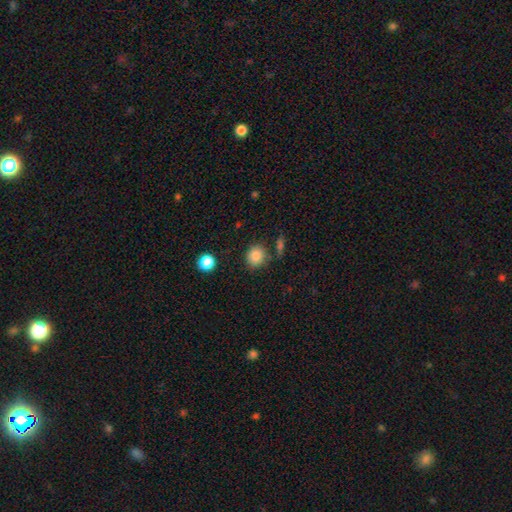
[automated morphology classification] Smooth or featured?
  - smooth: 85% *
  - star or artifact: 10%
  - featured or disk: 6%
How rounded?
  - round: 78% *
  - in between: 21%
  - cigar-shaped: 1%
Merging?
  - none: 79% *
  - minor disturbance: 11%
  - merger: 6%
  - major disturbance: 3%